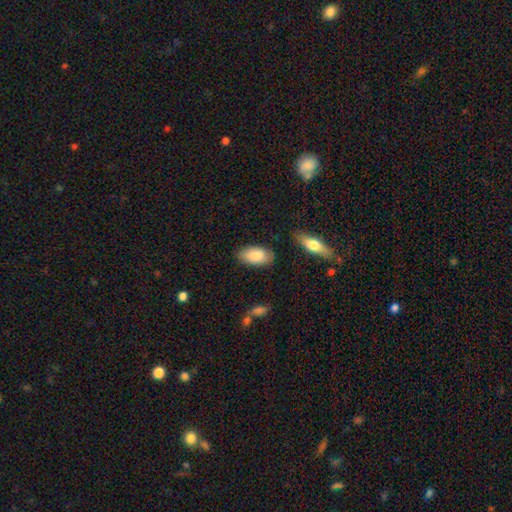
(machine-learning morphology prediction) type=smooth (84%); roundness=in between (94%); merging=none (79%).